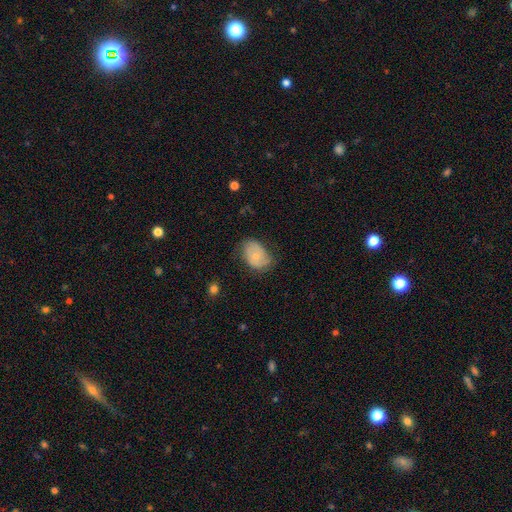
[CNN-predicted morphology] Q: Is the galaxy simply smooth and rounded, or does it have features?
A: smooth — 55%.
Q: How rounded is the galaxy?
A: in between — 75%.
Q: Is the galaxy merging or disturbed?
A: none — 57%.